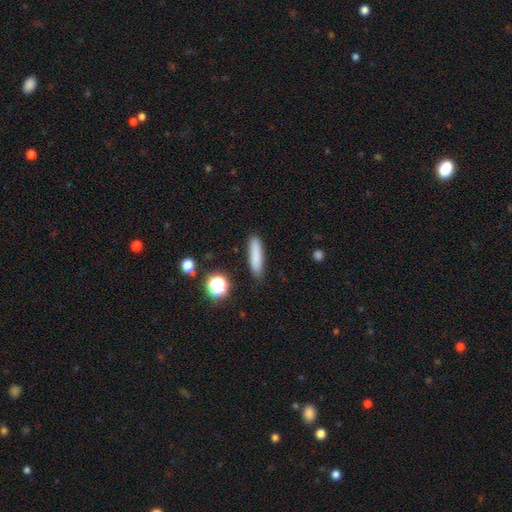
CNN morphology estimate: Smooth or featured? smooth (82%)
How rounded? cigar-shaped (78%)
Merging? none (86%)